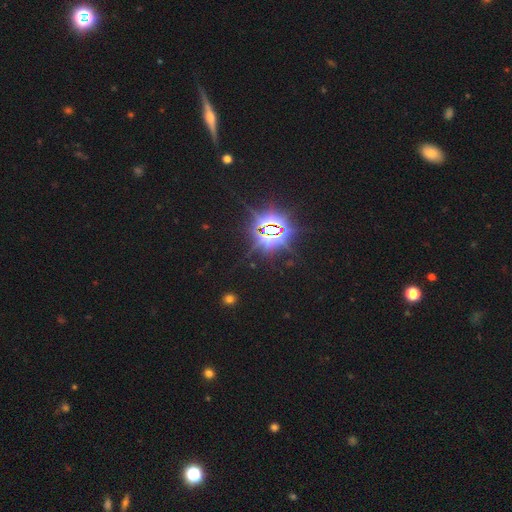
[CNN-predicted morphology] star or artifact 66%, smooth 27%, featured or disk 8%.